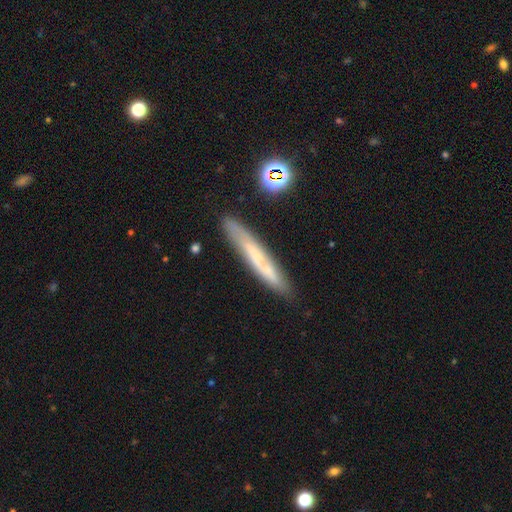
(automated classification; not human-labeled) Smooth or featured: featured or disk — 47% (smooth — 43%)
Merging: none — 77% (minor disturbance — 15%)